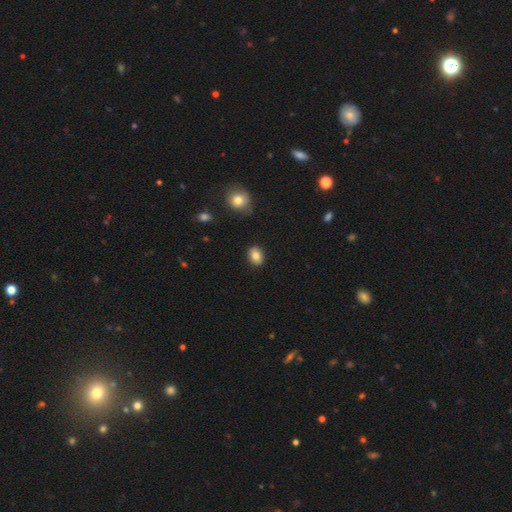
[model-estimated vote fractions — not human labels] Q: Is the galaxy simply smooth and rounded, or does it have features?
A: smooth — 84%.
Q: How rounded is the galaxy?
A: in between — 68%.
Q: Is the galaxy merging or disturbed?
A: none — 88%.